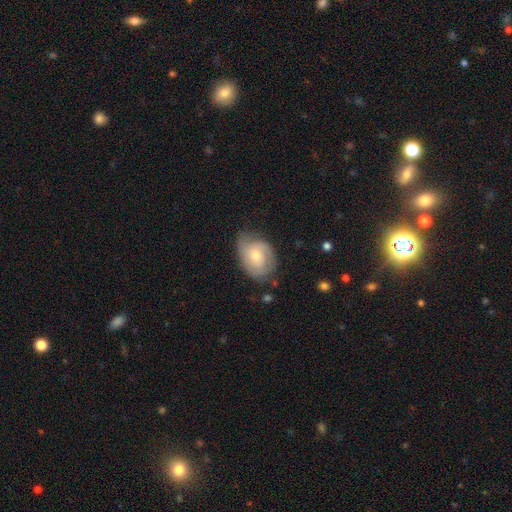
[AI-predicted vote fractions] A featured or disk galaxy (61%) with no bar (67%), 2 (52%) tight (45%) spiral arms (88%) and a moderate central bulge (52%). Merging: none (63%).